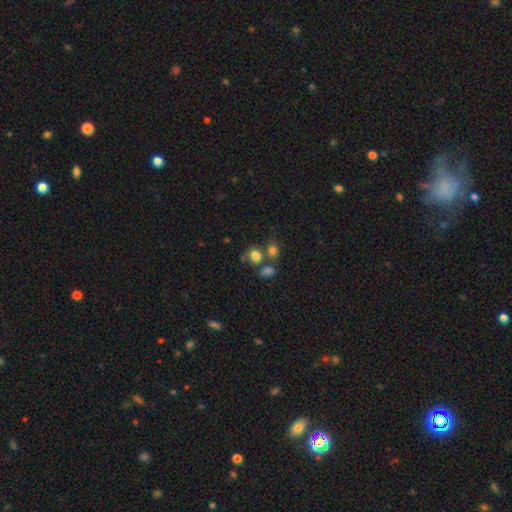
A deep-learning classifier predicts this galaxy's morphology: smooth-or-featured: smooth: 76% | star or artifact: 13% | featured or disk: 11%
  how-rounded: round: 71% | in between: 28% | cigar-shaped: 1%
  merging: none: 45% | merger: 31% | minor disturbance: 15% | major disturbance: 10%